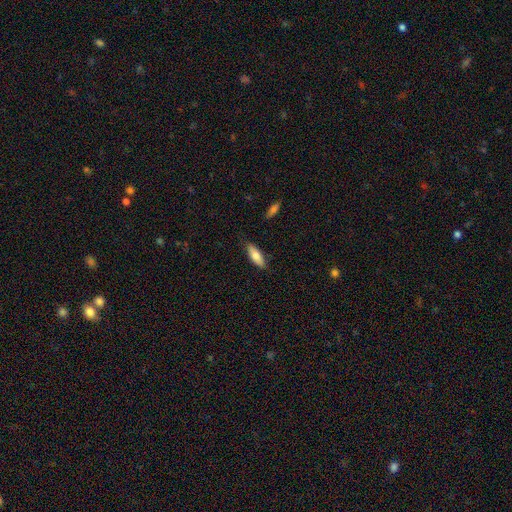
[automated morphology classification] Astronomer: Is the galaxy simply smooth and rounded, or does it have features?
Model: smooth — 77%.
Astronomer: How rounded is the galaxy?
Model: in between — 60% (runner-up: cigar-shaped, 38%).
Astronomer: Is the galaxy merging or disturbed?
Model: none — 83%.